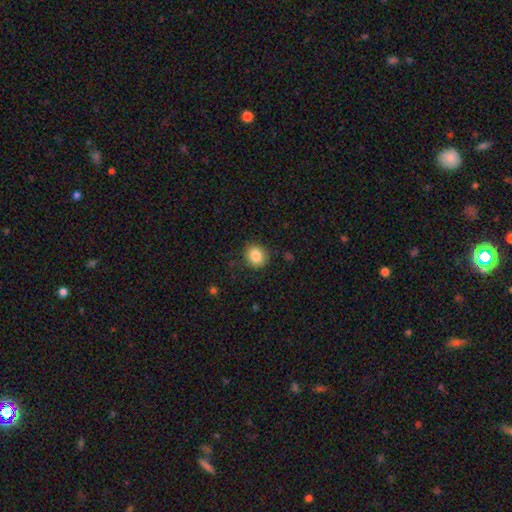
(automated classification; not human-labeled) smooth_or_featured: smooth (p=0.84) [alt: star or artifact p=0.09]
how_rounded: round (p=0.78) [alt: in between p=0.21]
merging: none (p=0.87) [alt: minor disturbance p=0.09]